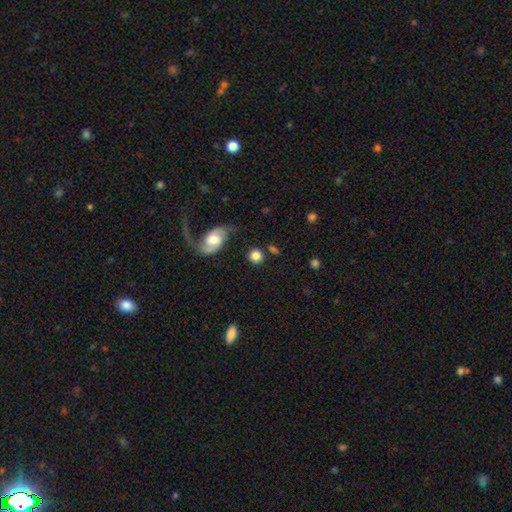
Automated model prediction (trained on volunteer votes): smooth-or-featured: smooth: 80% | featured or disk: 12% | star or artifact: 8%
  how-rounded: round: 88% | in between: 11% | cigar-shaped: 1%
  merging: none: 76% | minor disturbance: 11% | merger: 8% | major disturbance: 5%